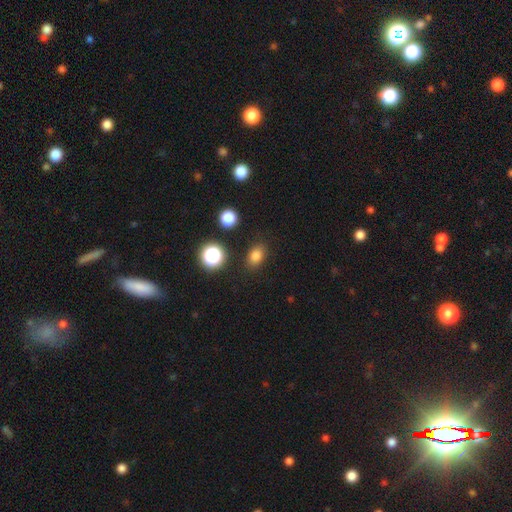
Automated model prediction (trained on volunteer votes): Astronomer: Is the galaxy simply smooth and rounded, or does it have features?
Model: smooth — 79%.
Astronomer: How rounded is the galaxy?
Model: in between — 71%.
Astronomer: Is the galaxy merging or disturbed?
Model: none — 85%.